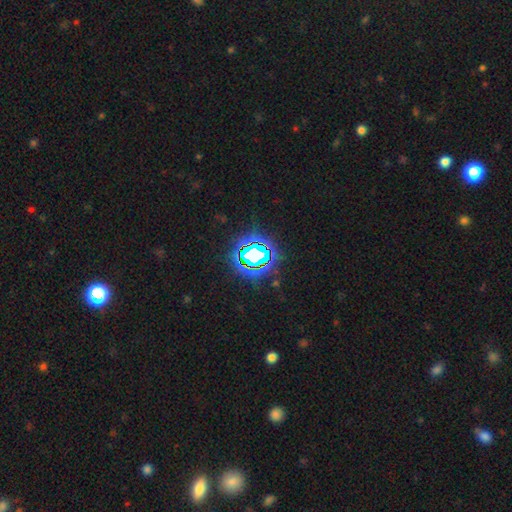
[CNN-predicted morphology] Smooth or featured: star or artifact — 73% (smooth — 14%)